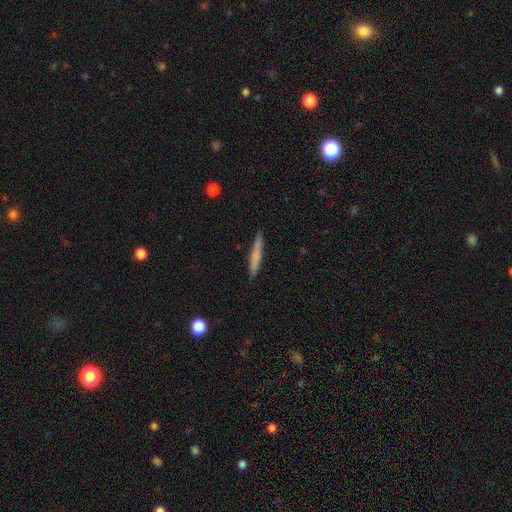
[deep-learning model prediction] Smooth or featured? Predicted: smooth (p=0.67). How rounded? Predicted: cigar-shaped (p=0.95). Merging? Predicted: none (p=0.91).